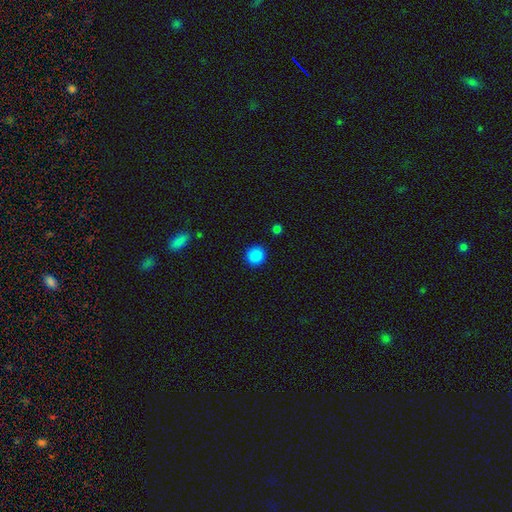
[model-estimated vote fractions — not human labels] Smooth or featured? smooth (87%)
How rounded? round (92%)
Merging? none (90%)